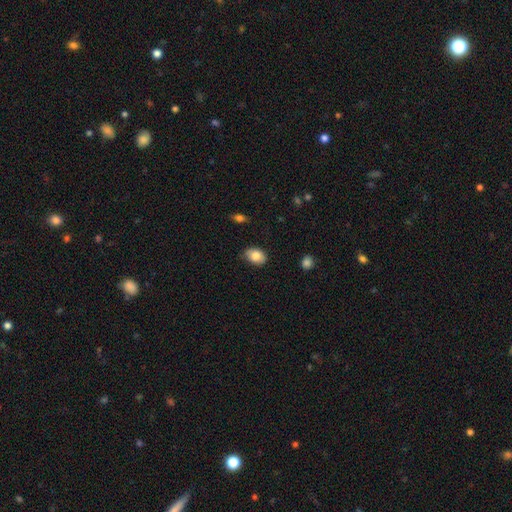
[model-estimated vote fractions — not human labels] Smooth or featured?
  - smooth: 83% *
  - featured or disk: 10%
  - star or artifact: 8%
How rounded?
  - in between: 82% *
  - round: 17%
  - cigar-shaped: 1%
Merging?
  - none: 78% *
  - minor disturbance: 18%
  - major disturbance: 3%
  - merger: 1%